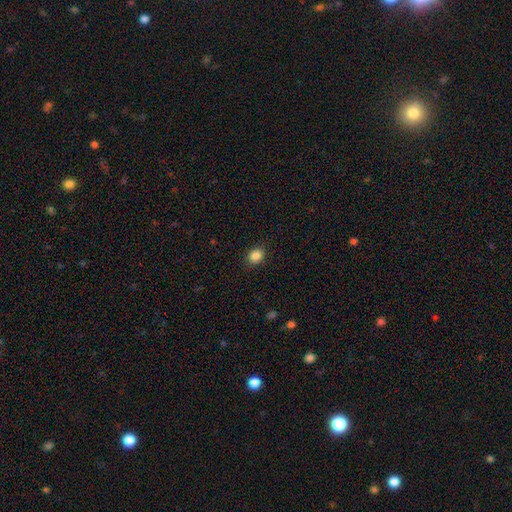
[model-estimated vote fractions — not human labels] The model was most divided on "how rounded": round: 52%, in between: 47%, cigar-shaped: 1%. More confident: merging — none (88%); smooth or featured — smooth (86%).